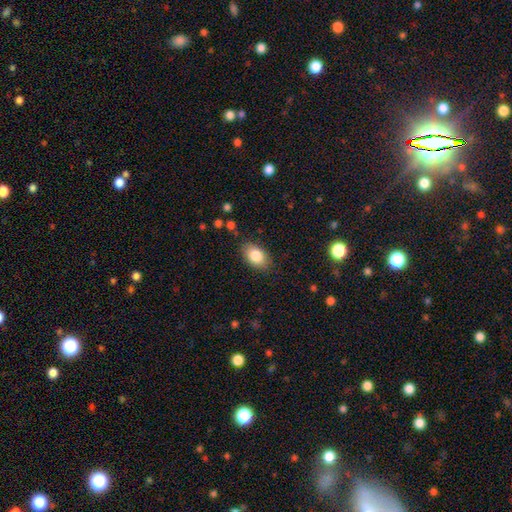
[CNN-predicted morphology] Smooth or featured? smooth (84%)
How rounded? in between (89%)
Merging? none (83%)